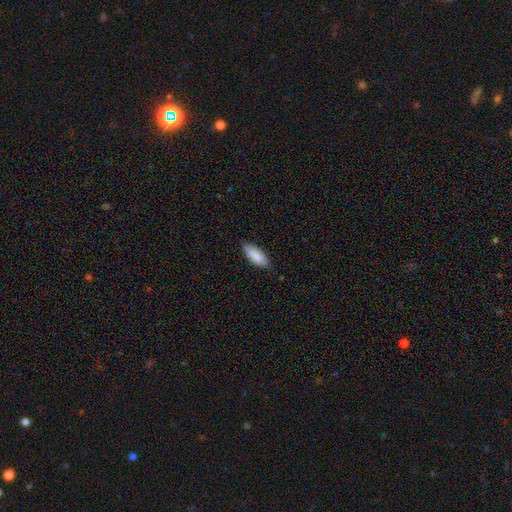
Volunteers were most divided on "merging": none: 76%, minor disturbance: 19%, major disturbance: 3%, merger: 3%. More confident: how rounded — in between (91%); smooth or featured — smooth (84%).